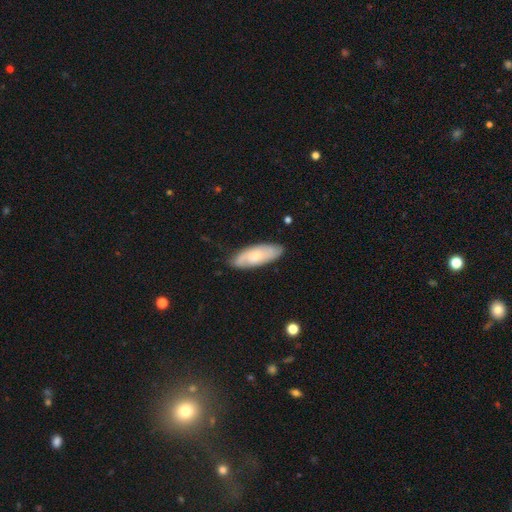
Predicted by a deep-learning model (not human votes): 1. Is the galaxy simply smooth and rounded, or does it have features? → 52% smooth, 42% featured or disk, 6% star or artifact.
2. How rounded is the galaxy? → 72% in between, 26% cigar-shaped, 2% round.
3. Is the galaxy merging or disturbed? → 79% none, 17% minor disturbance, 3% major disturbance, 1% merger.